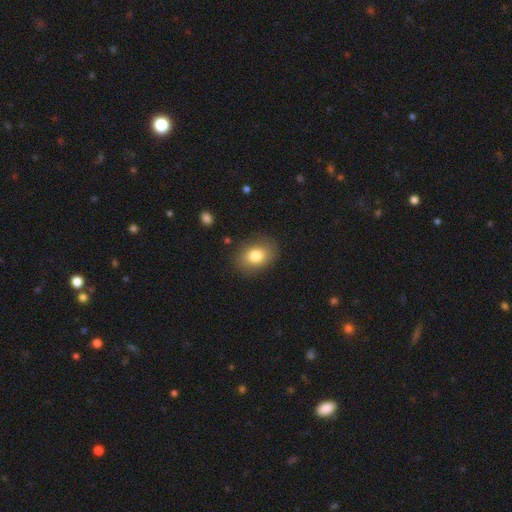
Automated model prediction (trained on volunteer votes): Smooth or featured?
  - smooth: 81% *
  - featured or disk: 10%
  - star or artifact: 9%
How rounded?
  - in between: 69% *
  - round: 30%
  - cigar-shaped: 1%
Merging?
  - none: 85% *
  - minor disturbance: 10%
  - major disturbance: 3%
  - merger: 1%